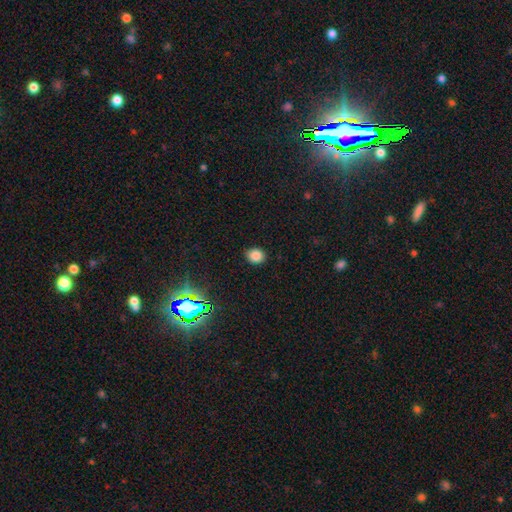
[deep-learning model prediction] smooth-or-featured: smooth: 82% | star or artifact: 13% | featured or disk: 4%
  how-rounded: round: 62% | in between: 37% | cigar-shaped: 1%
  merging: none: 87% | minor disturbance: 10% | major disturbance: 2% | merger: 1%